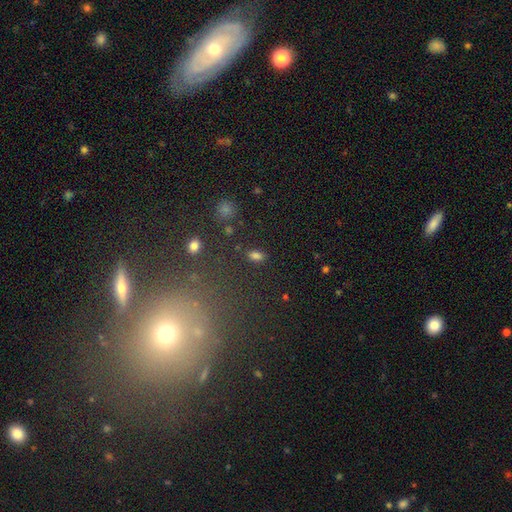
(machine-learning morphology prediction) Overall: smooth (80%). How rounded: in between (88%). Merging: none (83%).